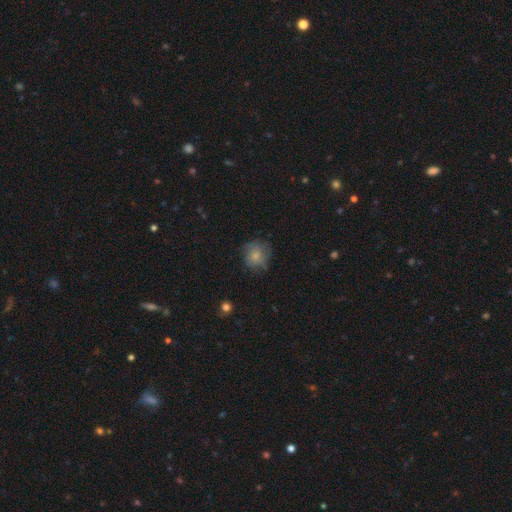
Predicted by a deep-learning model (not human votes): Smooth or featured? smooth (72%)
How rounded? round (85%)
Merging? none (66%)